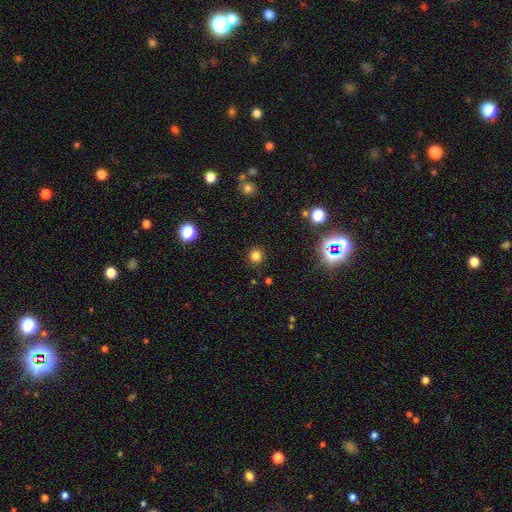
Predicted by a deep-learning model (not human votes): smooth-or-featured: smooth: 78% | star or artifact: 17% | featured or disk: 5%
  how-rounded: round: 93% | in between: 6% | cigar-shaped: 1%
  merging: none: 90% | minor disturbance: 6% | major disturbance: 2% | merger: 2%